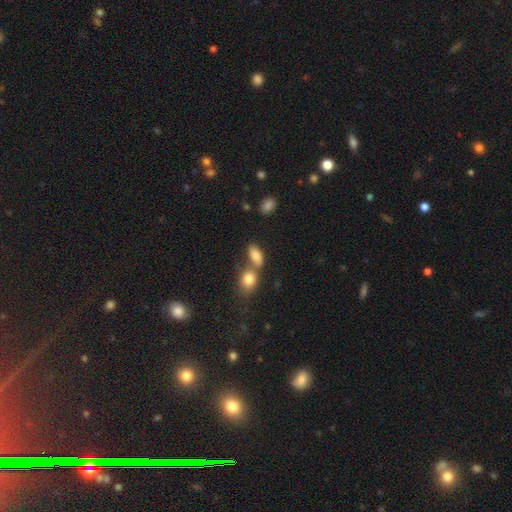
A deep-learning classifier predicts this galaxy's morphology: Smooth or featured: smooth — 81% (featured or disk — 11%)
How rounded: in between — 85% (round — 7%)
Merging: merger — 43% (none — 42%)